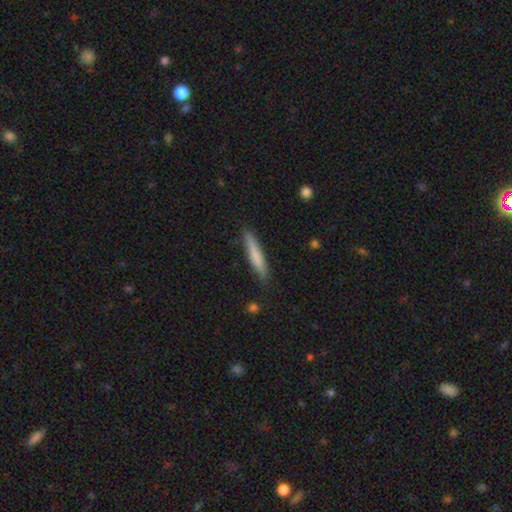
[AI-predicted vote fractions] This appears to be a smooth galaxy with no disk features (73%) that is cigar-shaped (93%). Merging: none (87%).